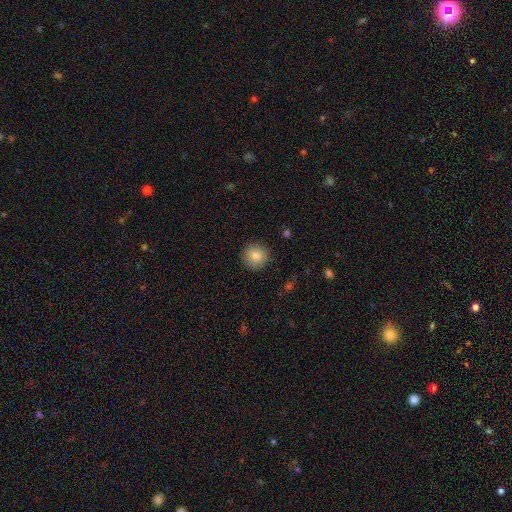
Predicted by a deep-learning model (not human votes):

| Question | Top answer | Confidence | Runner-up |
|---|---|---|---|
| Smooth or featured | smooth | 83% | star or artifact (9%) |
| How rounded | round | 94% | in between (5%) |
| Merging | none | 91% | minor disturbance (6%) |